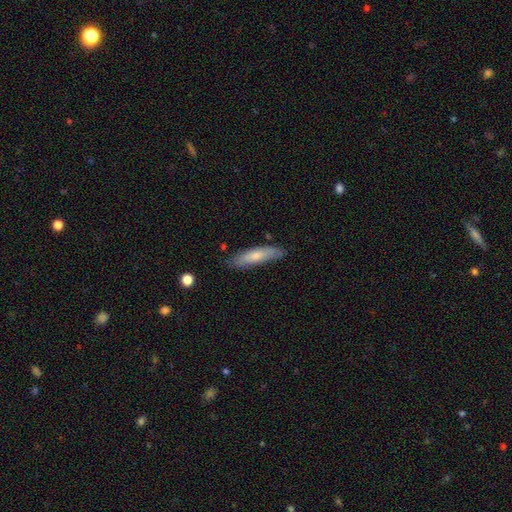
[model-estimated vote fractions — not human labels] Smooth or featured? smooth (68%)
How rounded? cigar-shaped (73%)
Merging? none (79%)